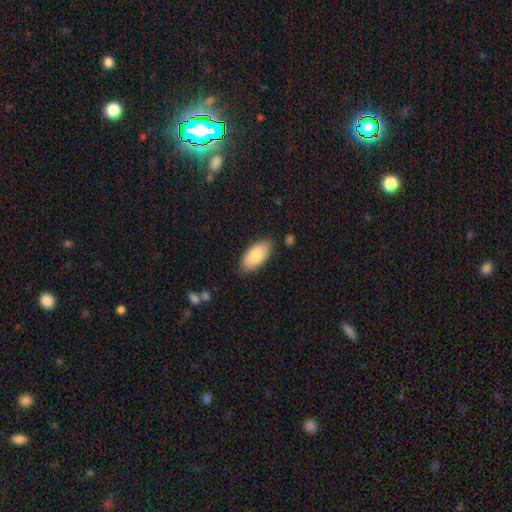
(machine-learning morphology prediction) smooth 83%, featured or disk 11%, star or artifact 6%. Down the decision tree: how rounded — in between (91%); merging — none (84%).